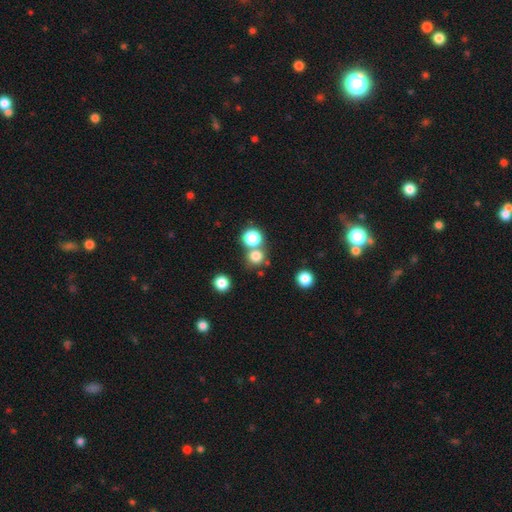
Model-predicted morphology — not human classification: A smooth galaxy with no disk features (77%) that is round (89%). Merging: none (59%).